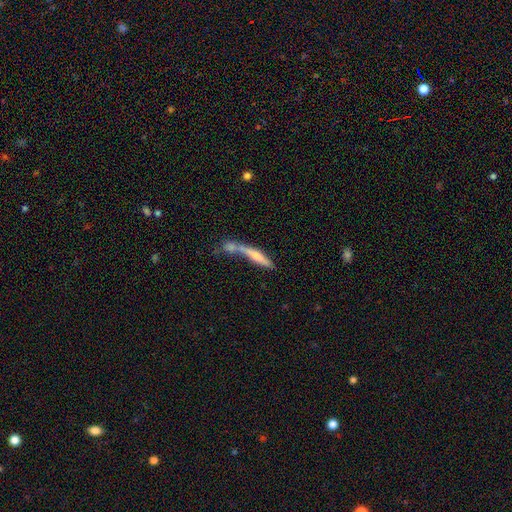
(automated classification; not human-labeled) Morphology: type=smooth (53%); roundness=cigar-shaped (87%); merging=merger (44%).